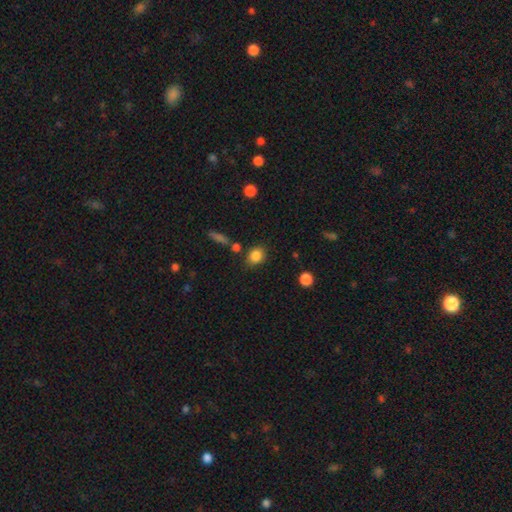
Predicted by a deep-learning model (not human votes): Morphology: type=smooth (85%); roundness=round (57%); merging=none (76%).